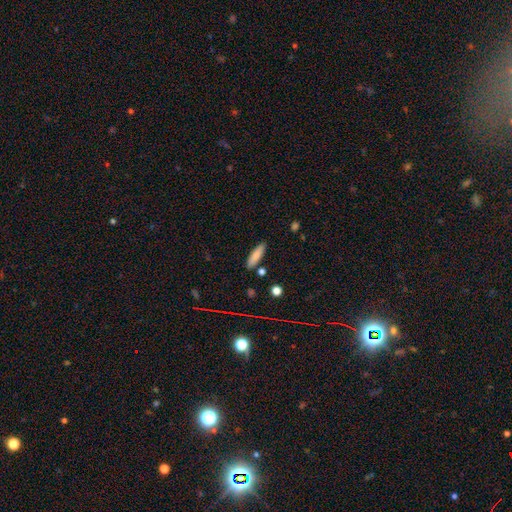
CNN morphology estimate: Smooth or featured: smooth — 83% (featured or disk — 9%)
How rounded: cigar-shaped — 65% (in between — 33%)
Merging: none — 86% (minor disturbance — 9%)